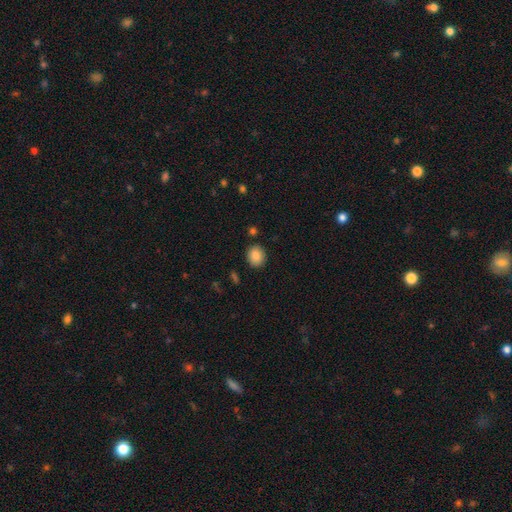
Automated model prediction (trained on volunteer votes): Smooth or featured?
  - smooth: 87% *
  - star or artifact: 8%
  - featured or disk: 4%
How rounded?
  - round: 62% *
  - in between: 37%
  - cigar-shaped: 1%
Merging?
  - none: 86% *
  - minor disturbance: 9%
  - major disturbance: 2%
  - merger: 2%